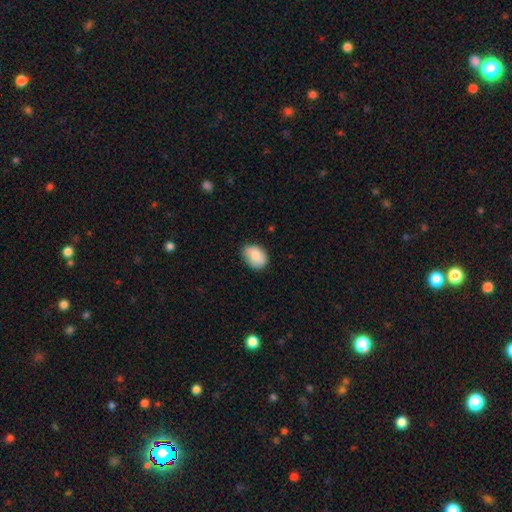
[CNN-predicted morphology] smooth_or_featured: smooth (p=0.84) [alt: featured or disk p=0.09]
how_rounded: in between (p=0.70) [alt: round p=0.29]
merging: none (p=0.76) [alt: minor disturbance p=0.20]